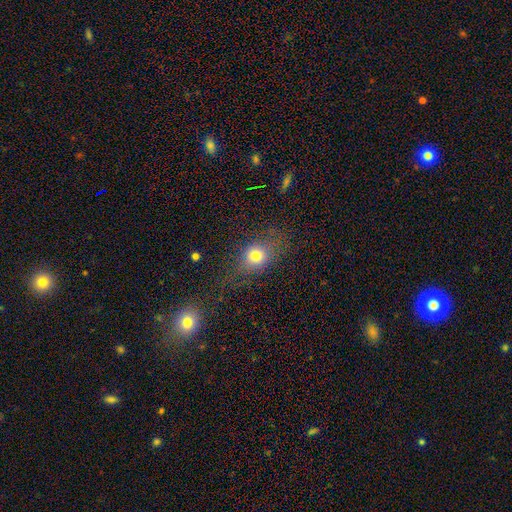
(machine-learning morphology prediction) This is likely a smooth galaxy (71%). How rounded: possibly round (58%). Merging: possibly none (59%).